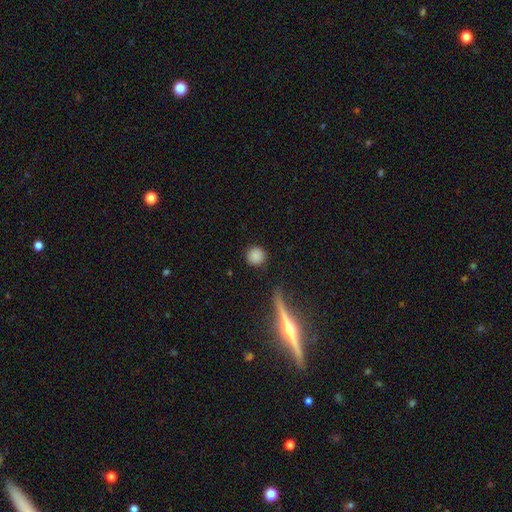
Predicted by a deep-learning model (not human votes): Smooth or featured?
  - smooth: 84% *
  - star or artifact: 11%
  - featured or disk: 6%
How rounded?
  - round: 94% *
  - in between: 4%
  - cigar-shaped: 1%
Merging?
  - none: 89% *
  - minor disturbance: 6%
  - major disturbance: 3%
  - merger: 2%